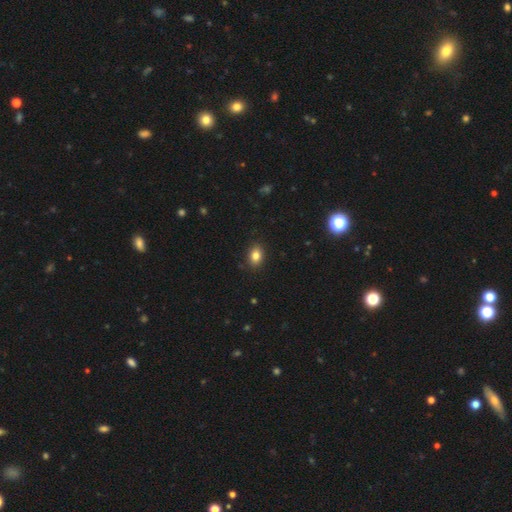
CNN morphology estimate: Smooth or featured? smooth (83%)
How rounded? in between (69%)
Merging? none (88%)